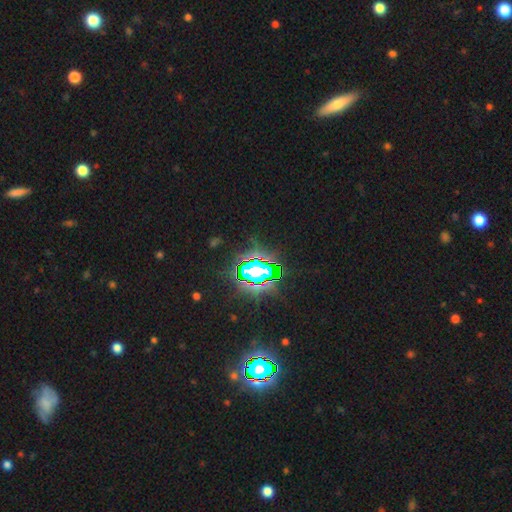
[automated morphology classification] smooth-or-featured: star or artifact: 82% | smooth: 10% | featured or disk: 8%